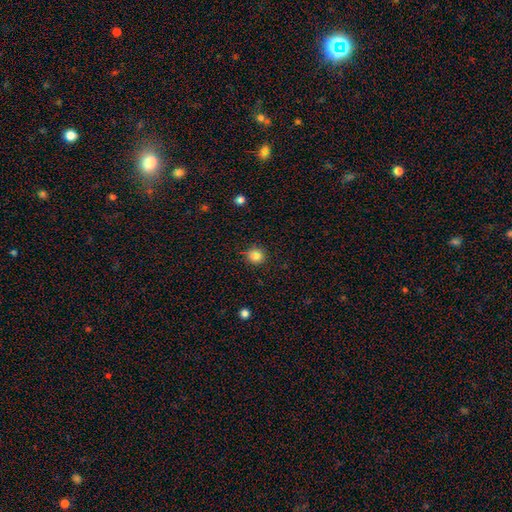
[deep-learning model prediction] The model was most divided on "smooth or featured": smooth: 84%, star or artifact: 11%, featured or disk: 5%. More confident: how rounded — round (90%); merging — none (89%).